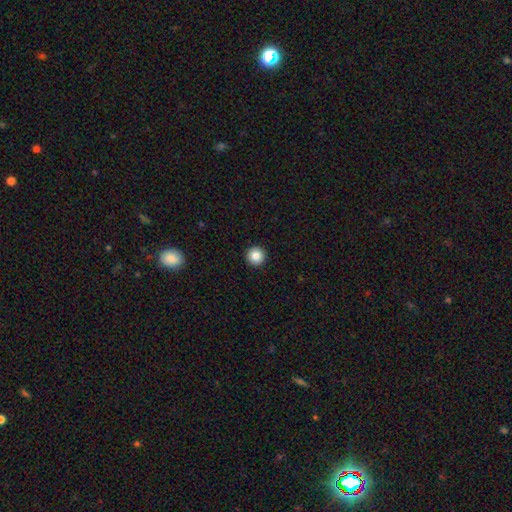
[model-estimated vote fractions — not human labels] smooth_or_featured: smooth (p=0.84) [alt: star or artifact p=0.10]
how_rounded: round (p=0.96) [alt: in between p=0.03]
merging: none (p=0.94) [alt: minor disturbance p=0.04]